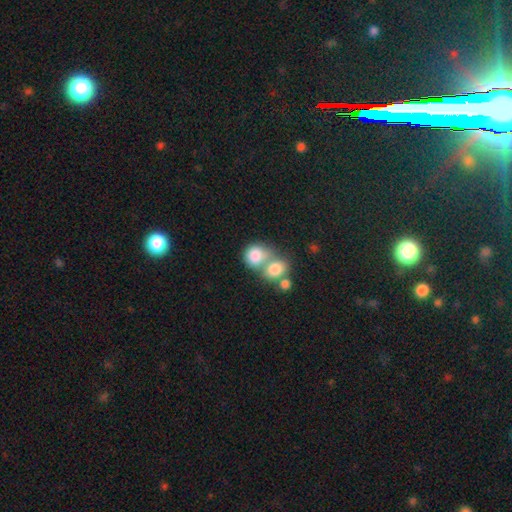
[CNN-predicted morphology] This appears to be a smooth galaxy with no disk features (79%) that is round (60%). Merging: merger (62%).